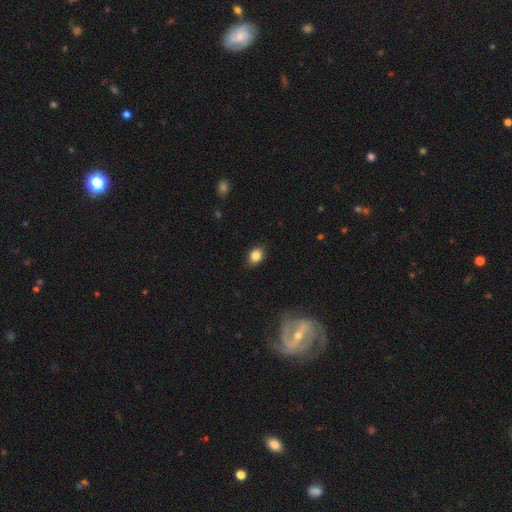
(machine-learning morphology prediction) Smooth or featured?
  - smooth: 85% *
  - star or artifact: 9%
  - featured or disk: 6%
How rounded?
  - in between: 67% *
  - round: 32%
  - cigar-shaped: 1%
Merging?
  - none: 85% *
  - minor disturbance: 11%
  - major disturbance: 2%
  - merger: 1%